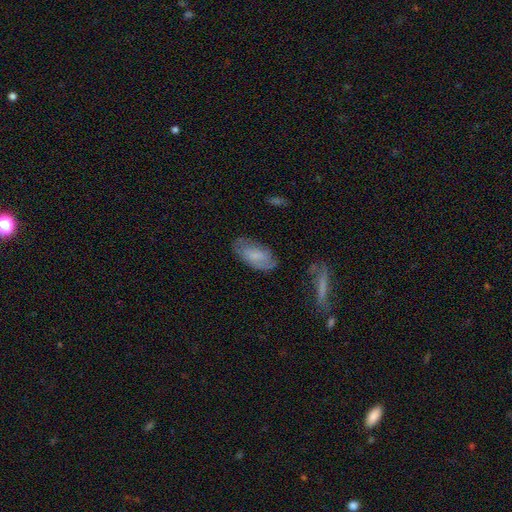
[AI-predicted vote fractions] A smooth galaxy with no disk features (62%) that is in between round and cigar-shaped (90%). Merging: none (68%).